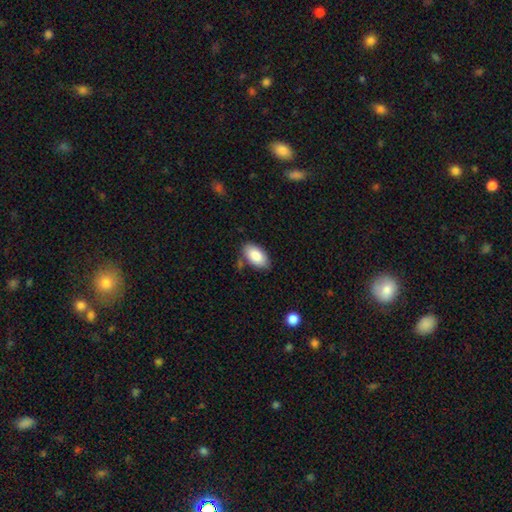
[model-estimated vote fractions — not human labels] This is clearly a smooth galaxy (87%). How rounded: clearly in between (95%). Merging: likely none (76%).